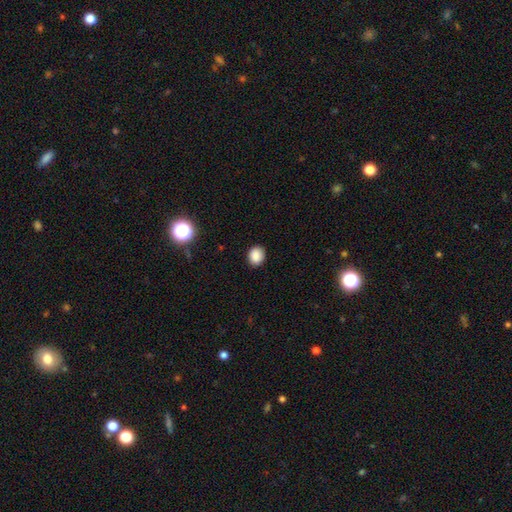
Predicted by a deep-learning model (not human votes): Smooth or featured?
  - smooth: 86% *
  - star or artifact: 10%
  - featured or disk: 3%
How rounded?
  - round: 68% *
  - in between: 31%
  - cigar-shaped: 1%
Merging?
  - none: 88% *
  - minor disturbance: 9%
  - major disturbance: 2%
  - merger: 1%